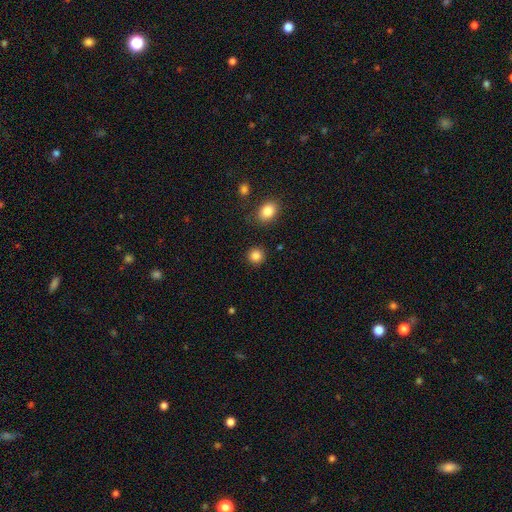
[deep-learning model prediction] Q: Smooth or featured?
A: smooth (86%); runner-up: star or artifact (11%)
Q: How rounded?
A: round (91%); runner-up: in between (8%)
Q: Merging?
A: none (90%); runner-up: minor disturbance (6%)